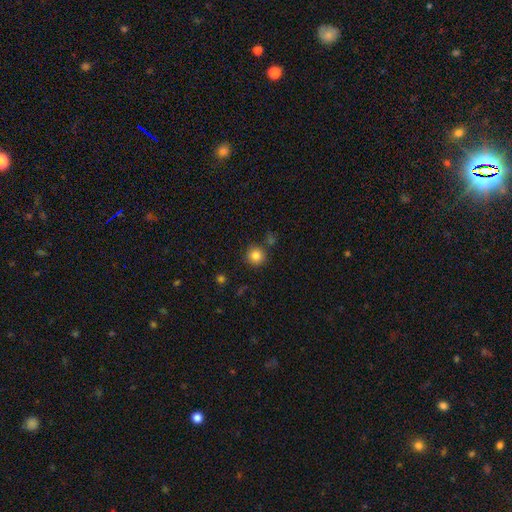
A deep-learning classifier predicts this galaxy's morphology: Smooth or featured: smooth — 84% (star or artifact — 11%)
How rounded: round — 93% (in between — 6%)
Merging: none — 84% (minor disturbance — 9%)